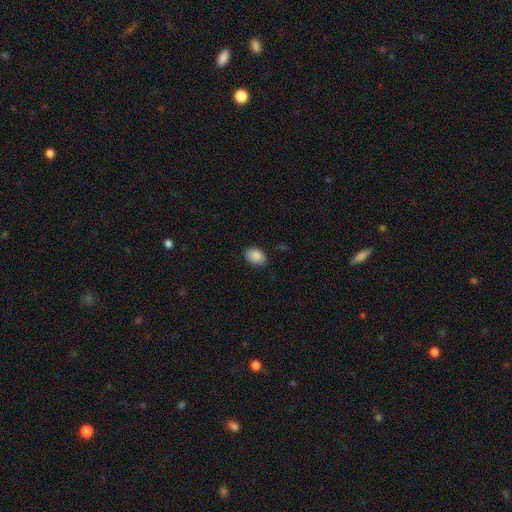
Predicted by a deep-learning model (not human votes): smooth 89%, star or artifact 8%, featured or disk 4%. Down the decision tree: how rounded — in between (80%); merging — none (81%).